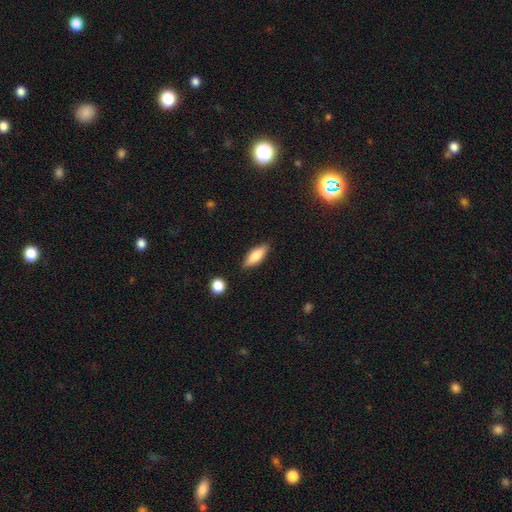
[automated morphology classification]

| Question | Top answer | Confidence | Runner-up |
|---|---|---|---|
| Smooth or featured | smooth | 75% | featured or disk (18%) |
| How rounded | in between | 62% | cigar-shaped (36%) |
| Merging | none | 85% | minor disturbance (11%) |